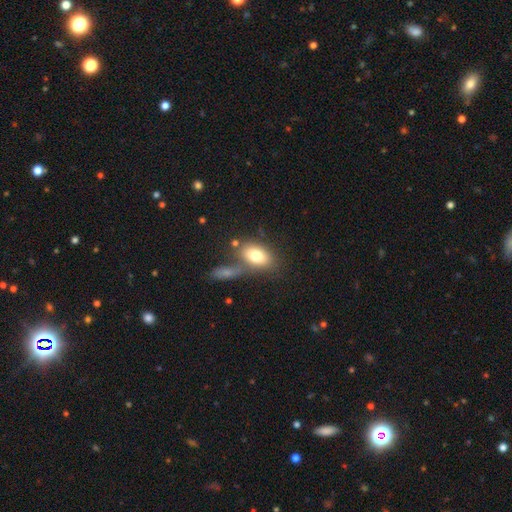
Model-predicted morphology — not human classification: type=smooth (77%); roundness=in between (86%); merging=none (52%).